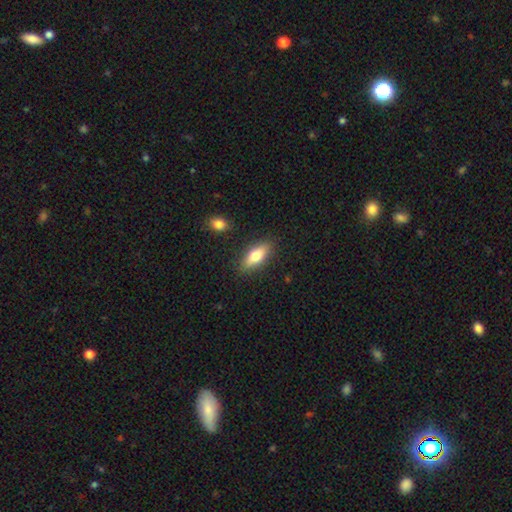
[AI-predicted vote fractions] Overall: smooth (71%). How rounded: in between (69%). Merging: none (85%).